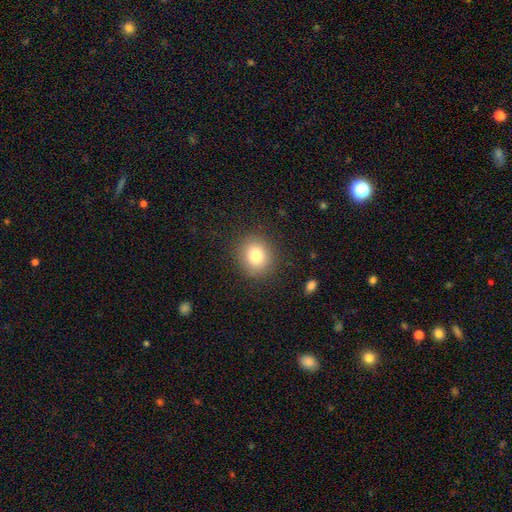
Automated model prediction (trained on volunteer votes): Smooth or featured?
  - smooth: 79% *
  - star or artifact: 11%
  - featured or disk: 10%
How rounded?
  - round: 80% *
  - in between: 19%
  - cigar-shaped: 1%
Merging?
  - none: 88% *
  - minor disturbance: 8%
  - major disturbance: 3%
  - merger: 1%